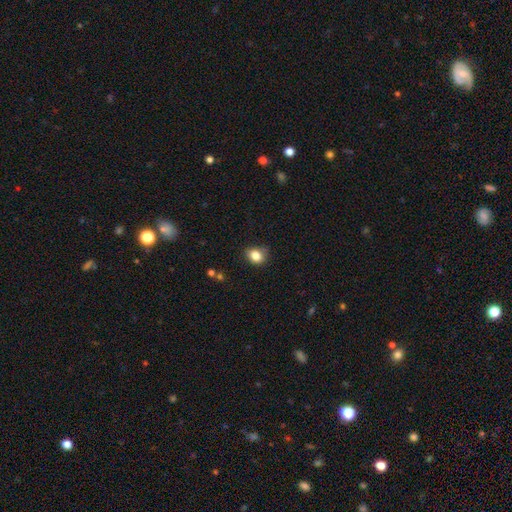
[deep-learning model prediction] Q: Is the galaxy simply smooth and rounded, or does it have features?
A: smooth — 84%.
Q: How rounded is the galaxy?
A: round — 54%.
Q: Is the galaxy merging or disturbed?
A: none — 73%.